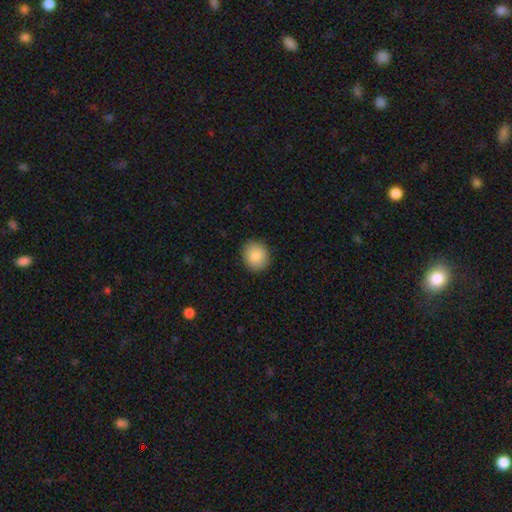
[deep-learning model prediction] smooth-or-featured: smooth: 87% | star or artifact: 7% | featured or disk: 5%
  how-rounded: round: 82% | in between: 17% | cigar-shaped: 1%
  merging: none: 90% | minor disturbance: 7% | major disturbance: 2% | merger: 1%